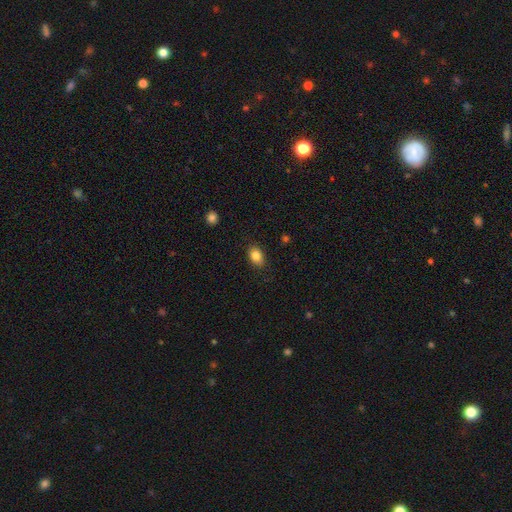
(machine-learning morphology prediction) smooth_or_featured: smooth (p=0.84) [alt: star or artifact p=0.09]
how_rounded: in between (p=0.80) [alt: round p=0.19]
merging: none (p=0.86) [alt: minor disturbance p=0.11]